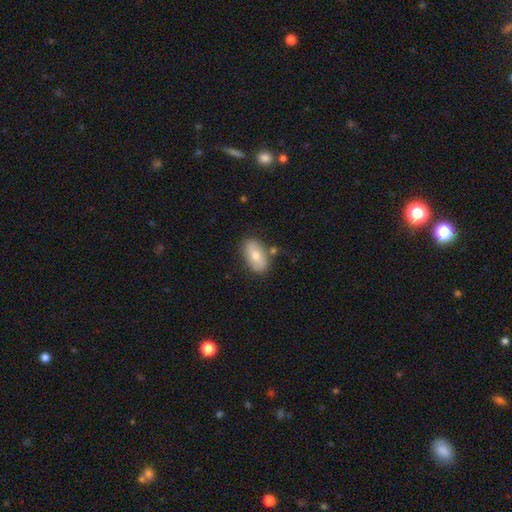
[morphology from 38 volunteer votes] smooth-or-featured: smooth: 66% | featured or disk: 29% | star or artifact: 5%
  how-rounded: in between: 92% | round: 8% | cigar-shaped: 0%
  merging: none: 86% | merger: 8% | minor disturbance: 6% | major disturbance: 0%